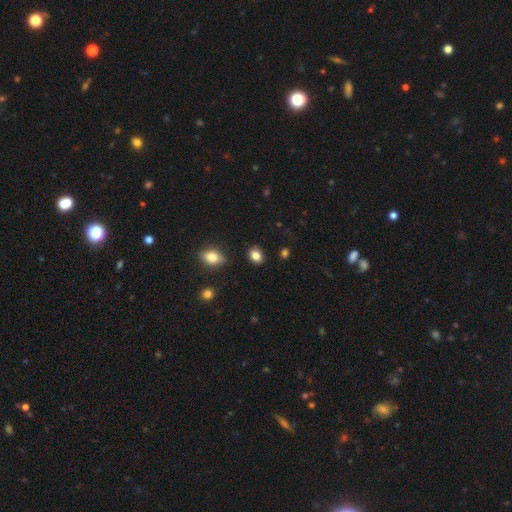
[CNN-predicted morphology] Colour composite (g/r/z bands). It shows a smooth galaxy with no disk features (84%) that is in between round and cigar-shaped (58%). Merging: none (85%).